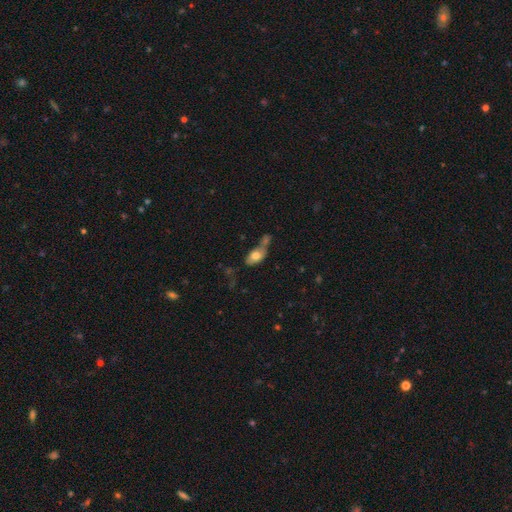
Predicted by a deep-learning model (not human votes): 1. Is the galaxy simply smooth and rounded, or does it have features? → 69% smooth, 23% featured or disk, 8% star or artifact.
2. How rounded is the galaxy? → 85% in between, 8% round, 7% cigar-shaped.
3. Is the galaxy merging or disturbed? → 41% merger, 27% none, 18% minor disturbance, 13% major disturbance.